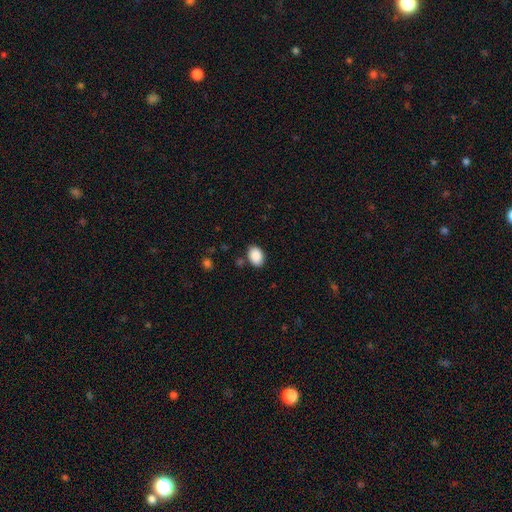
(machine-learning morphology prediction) A smooth galaxy with no disk features (90%) that is in between round and cigar-shaped (82%). Merging: none (84%).